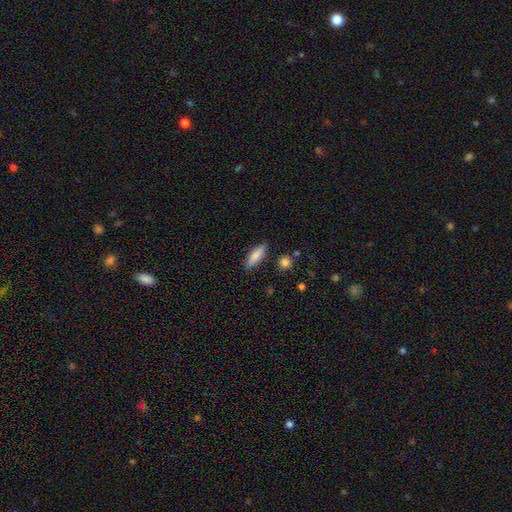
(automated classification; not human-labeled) The model was most divided on "how rounded": in between: 51%, cigar-shaped: 47%, round: 2%. More confident: merging — none (85%); smooth or featured — smooth (84%).